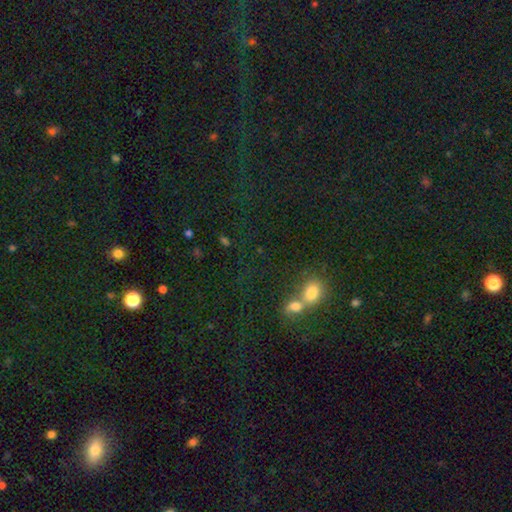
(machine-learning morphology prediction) Smooth or featured? star or artifact (52%)